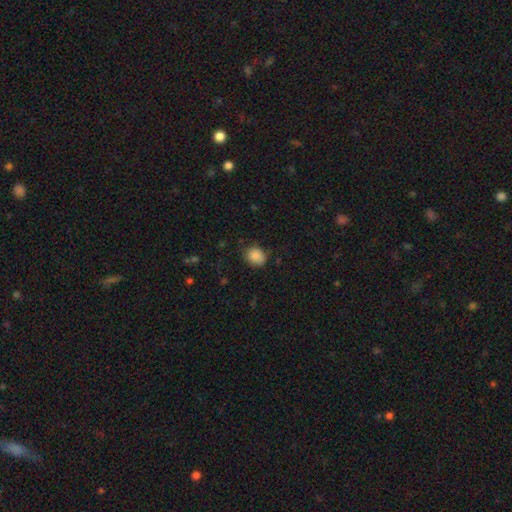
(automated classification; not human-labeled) A smooth galaxy with no disk features (87%) that is round (53%).

Vote fractions:
- Smooth or featured? smooth: 87% / star or artifact: 9% / featured or disk: 4%
- How rounded? round: 53% / in between: 46% / cigar-shaped: 1%
- Merging? none: 73% / minor disturbance: 21% / major disturbance: 5% / merger: 1%